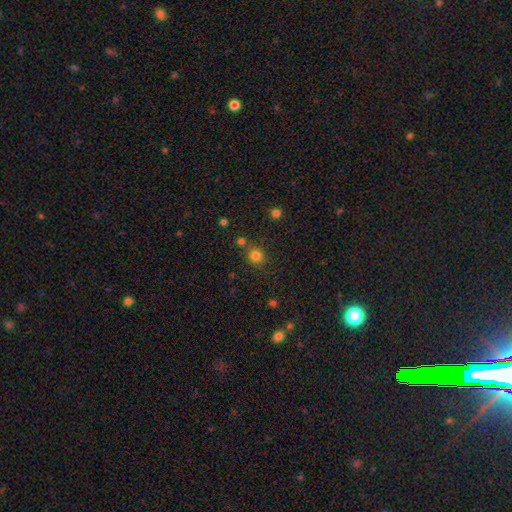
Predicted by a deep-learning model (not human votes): Smooth or featured? smooth (80%)
How rounded? round (89%)
Merging? none (77%)